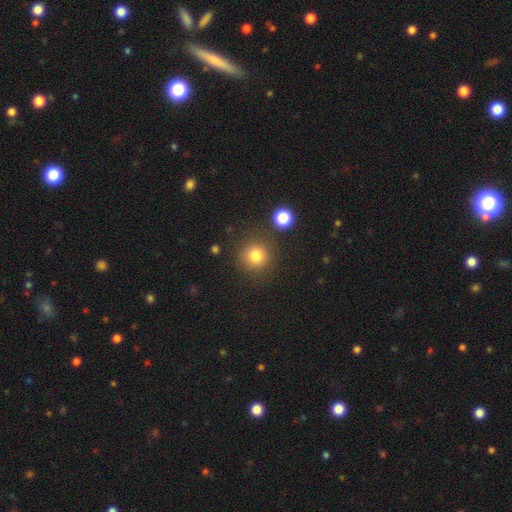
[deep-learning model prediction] smooth-or-featured: smooth: 81% | star or artifact: 13% | featured or disk: 7%
  how-rounded: round: 93% | in between: 6% | cigar-shaped: 1%
  merging: none: 84% | minor disturbance: 8% | merger: 5% | major disturbance: 3%